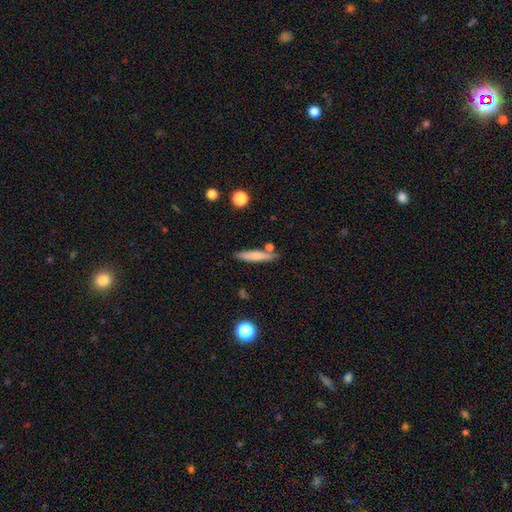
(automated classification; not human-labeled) Smooth or featured: smooth — 71% (featured or disk — 22%)
How rounded: cigar-shaped — 86% (in between — 12%)
Merging: none — 75% (minor disturbance — 13%)